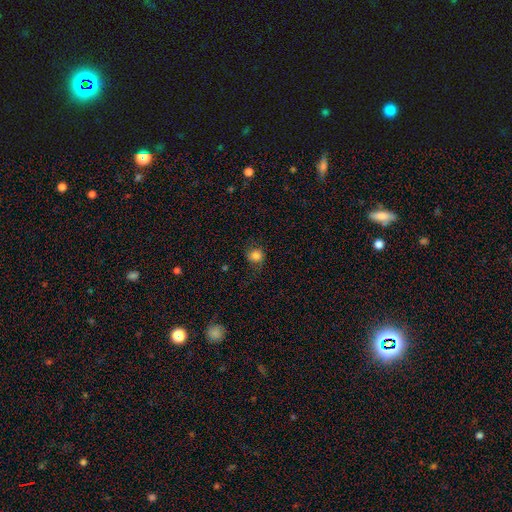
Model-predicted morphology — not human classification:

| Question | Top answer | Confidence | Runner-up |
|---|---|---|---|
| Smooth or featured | smooth | 81% | star or artifact (11%) |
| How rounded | round | 86% | in between (13%) |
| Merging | none | 72% | minor disturbance (19%) |